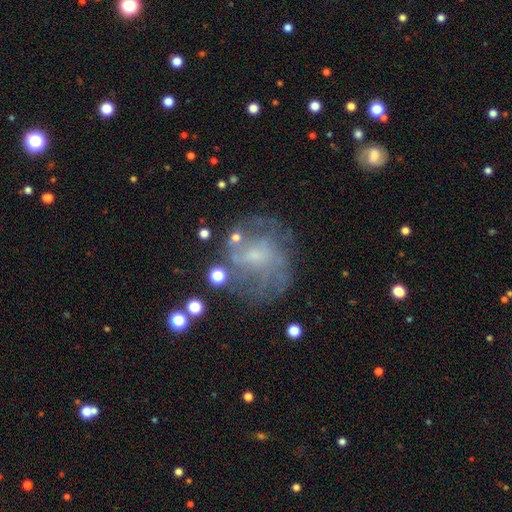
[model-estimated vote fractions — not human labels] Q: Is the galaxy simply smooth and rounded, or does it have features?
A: featured or disk — 61%.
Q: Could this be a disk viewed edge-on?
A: no — 97%.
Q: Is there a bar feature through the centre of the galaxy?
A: no — 57%.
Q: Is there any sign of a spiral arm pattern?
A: yes — 60%.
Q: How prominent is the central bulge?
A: small — 48%.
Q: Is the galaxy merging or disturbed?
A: none — 60%.